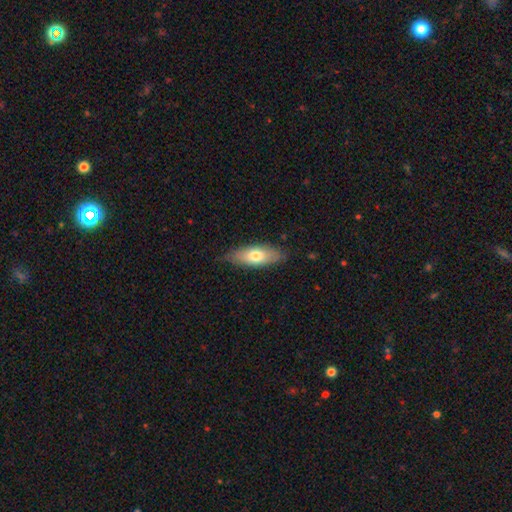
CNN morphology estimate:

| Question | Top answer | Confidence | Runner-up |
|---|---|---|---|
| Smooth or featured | smooth | 69% | featured or disk (25%) |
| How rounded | in between | 70% | cigar-shaped (28%) |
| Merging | none | 81% | minor disturbance (16%) |